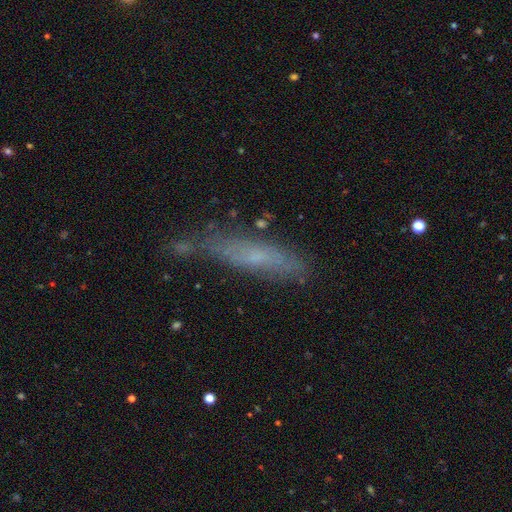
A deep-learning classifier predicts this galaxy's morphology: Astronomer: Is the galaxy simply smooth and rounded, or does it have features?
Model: smooth — 52% (runner-up: featured or disk, 38%).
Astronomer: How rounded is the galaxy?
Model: cigar-shaped — 81%.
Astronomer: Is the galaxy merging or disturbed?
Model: none — 63%.